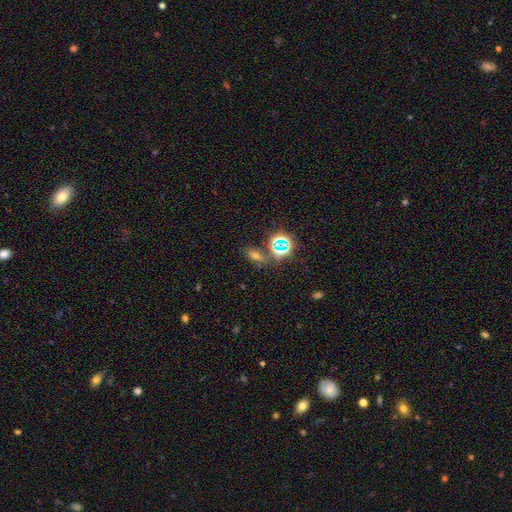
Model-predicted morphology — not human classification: smooth-or-featured: smooth: 46% | star or artifact: 41% | featured or disk: 13%
  merging: none: 71% | merger: 12% | minor disturbance: 12% | major disturbance: 5%